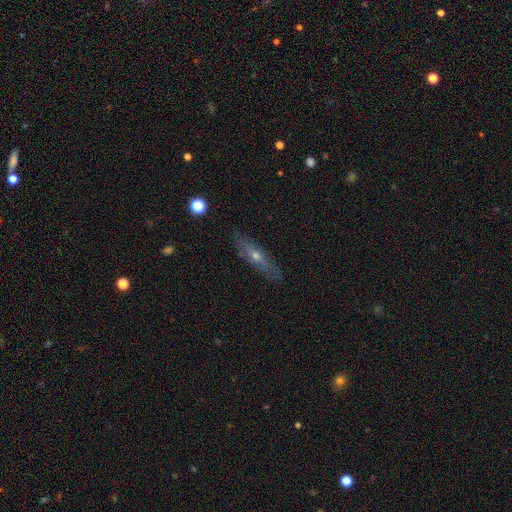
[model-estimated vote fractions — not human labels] Smooth or featured? featured or disk (58%)
Edge-on disk? yes (66%)
Merging? none (83%)